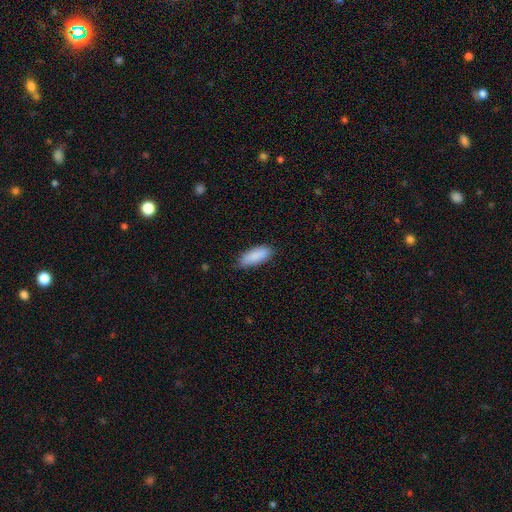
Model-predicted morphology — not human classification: A smooth galaxy with no disk features (88%) that is in between round and cigar-shaped (71%). Merging: none (72%).